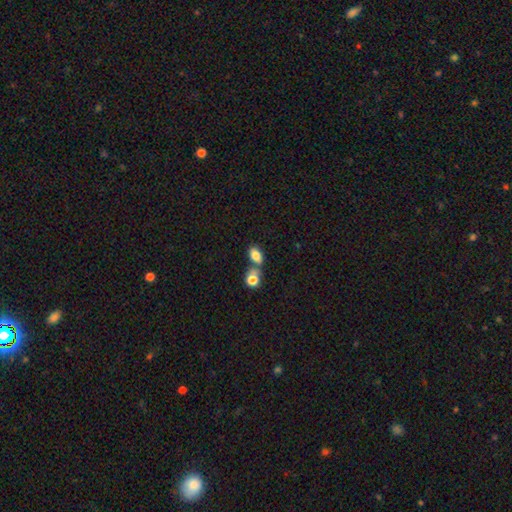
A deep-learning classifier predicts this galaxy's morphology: Overall: smooth (80%). How rounded: in between (86%). Merging: none (46%; merger 35%).